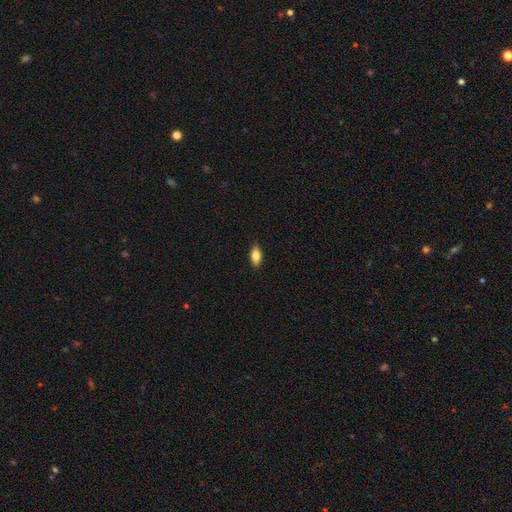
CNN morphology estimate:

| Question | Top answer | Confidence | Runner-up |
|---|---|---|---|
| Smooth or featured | smooth | 83% | featured or disk (10%) |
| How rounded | in between | 87% | cigar-shaped (9%) |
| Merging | none | 87% | minor disturbance (10%) |